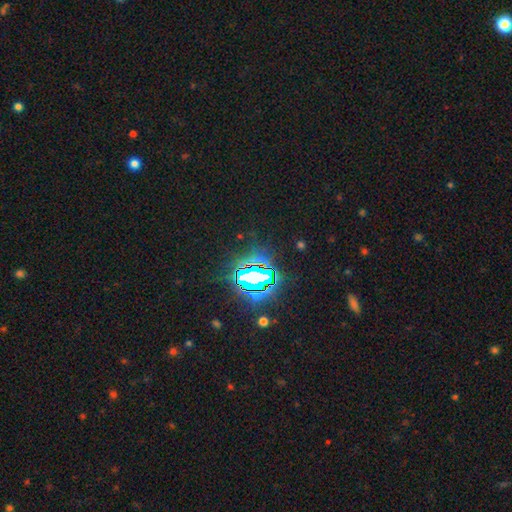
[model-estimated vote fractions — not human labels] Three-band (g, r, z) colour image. It shows a star or artifact, not a galaxy (81%).